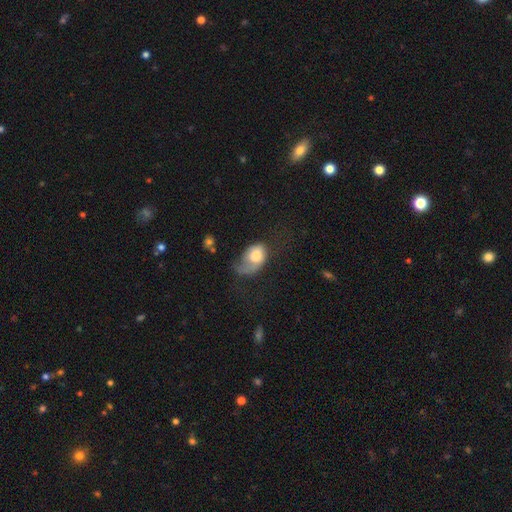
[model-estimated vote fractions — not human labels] This is likely a smooth galaxy (68%). How rounded: clearly in between (80%). Merging: possibly major disturbance (46%).